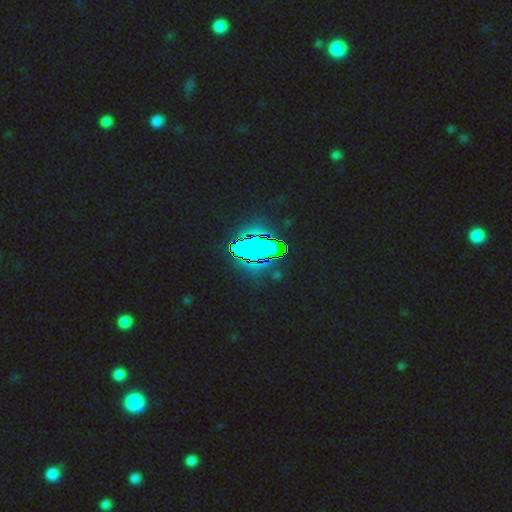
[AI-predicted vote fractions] This appears to be a star or artifact, not a galaxy (76%).